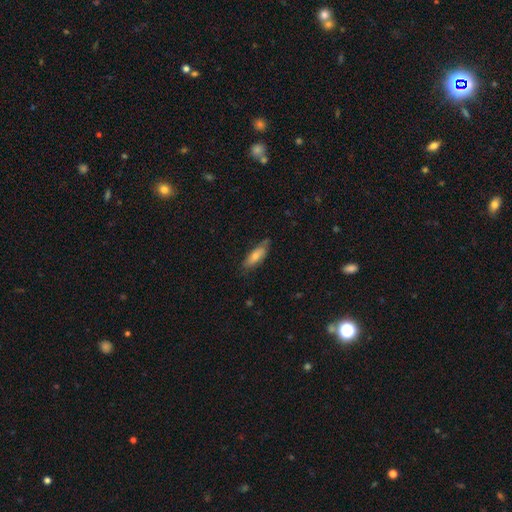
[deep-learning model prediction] The model was most divided on "how rounded": in between: 64%, cigar-shaped: 34%, round: 2%. More confident: smooth or featured — smooth (72%); merging — none (70%).